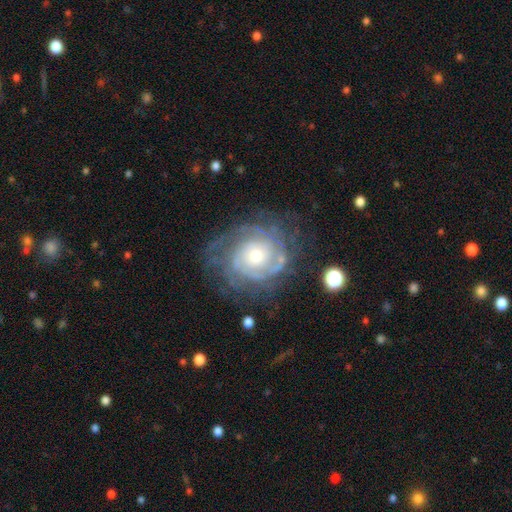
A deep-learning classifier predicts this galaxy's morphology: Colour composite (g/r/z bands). It shows a featured or disk galaxy (85%) with no bar (78%), tight (70%) spiral arms (94%) and a moderate central bulge (49%). Merging: none (67%).